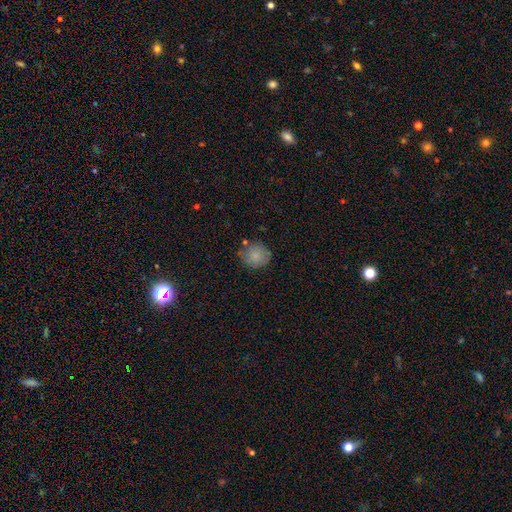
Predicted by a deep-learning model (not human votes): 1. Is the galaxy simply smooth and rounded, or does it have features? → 84% smooth, 9% star or artifact, 8% featured or disk.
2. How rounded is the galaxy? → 78% round, 21% in between, 1% cigar-shaped.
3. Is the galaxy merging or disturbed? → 71% none, 19% minor disturbance, 6% merger, 4% major disturbance.